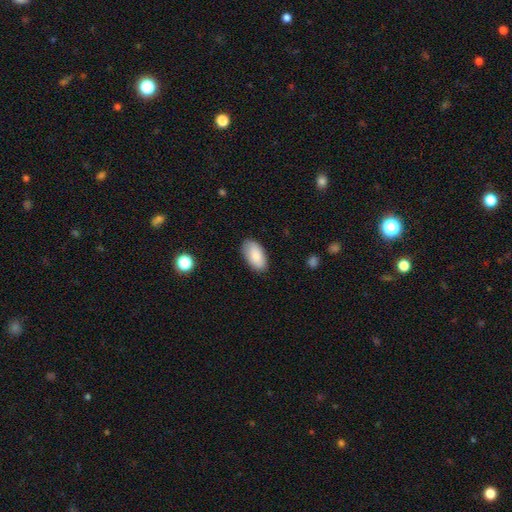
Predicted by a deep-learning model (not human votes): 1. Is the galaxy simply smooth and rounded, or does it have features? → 87% smooth, 7% featured or disk, 6% star or artifact.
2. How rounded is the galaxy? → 95% in between, 3% cigar-shaped, 2% round.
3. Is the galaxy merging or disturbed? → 84% none, 12% minor disturbance, 3% major disturbance, 1% merger.